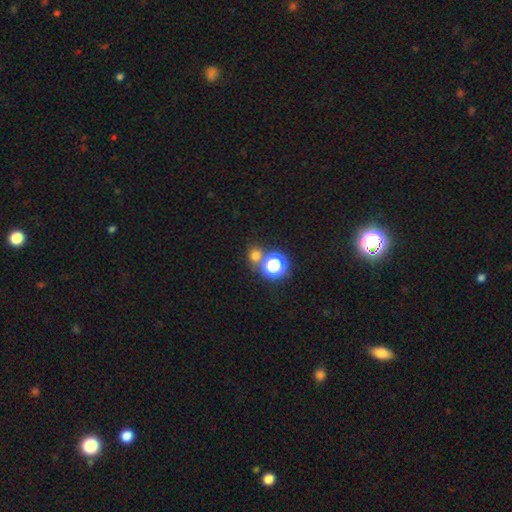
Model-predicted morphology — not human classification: Smooth or featured? Predicted: smooth (p=0.67). How rounded? Predicted: round (p=0.83). Merging? Predicted: none (p=0.69).